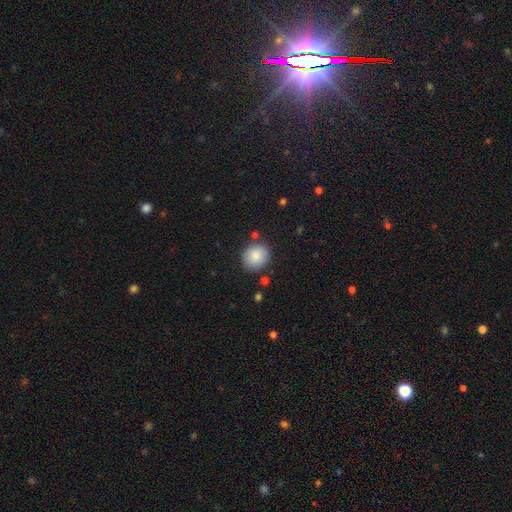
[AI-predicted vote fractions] This appears to be a smooth galaxy with no disk features (87%) that is round (79%). Merging: none (83%).